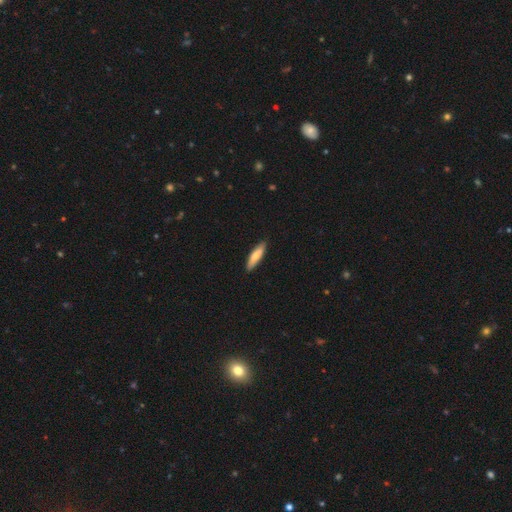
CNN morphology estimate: smooth_or_featured: smooth (p=0.76) [alt: featured or disk p=0.18]
how_rounded: cigar-shaped (p=0.72) [alt: in between p=0.27]
merging: none (p=0.88) [alt: minor disturbance p=0.10]